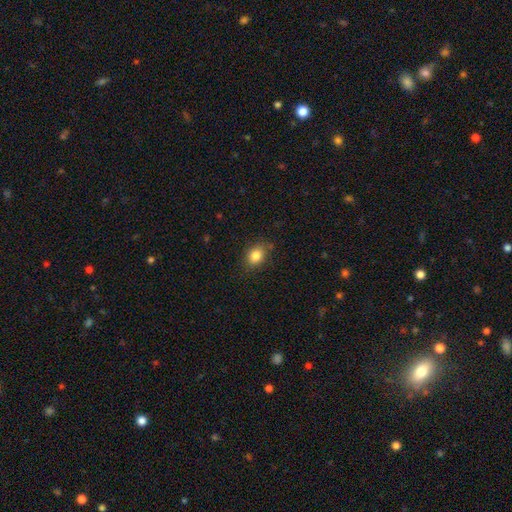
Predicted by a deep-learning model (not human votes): Morphology: type=smooth (84%); roundness=in between (60%); merging=none (81%).